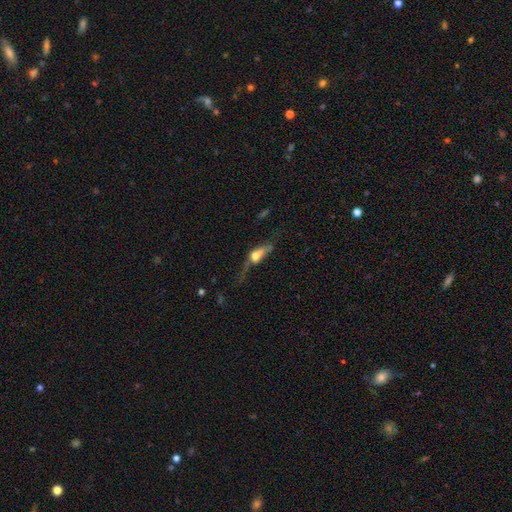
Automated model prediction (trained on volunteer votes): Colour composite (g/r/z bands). It shows a smooth galaxy with no disk features (46%). Merging: major disturbance (41%).